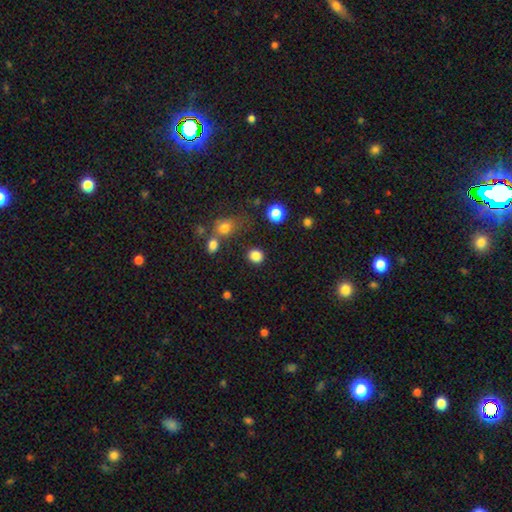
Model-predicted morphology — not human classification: A smooth galaxy with no disk features (85%) that is round (82%).

Vote fractions:
- Smooth or featured? smooth: 85% / star or artifact: 12% / featured or disk: 4%
- How rounded? round: 82% / in between: 17% / cigar-shaped: 1%
- Merging? none: 86% / minor disturbance: 8% / merger: 4% / major disturbance: 3%